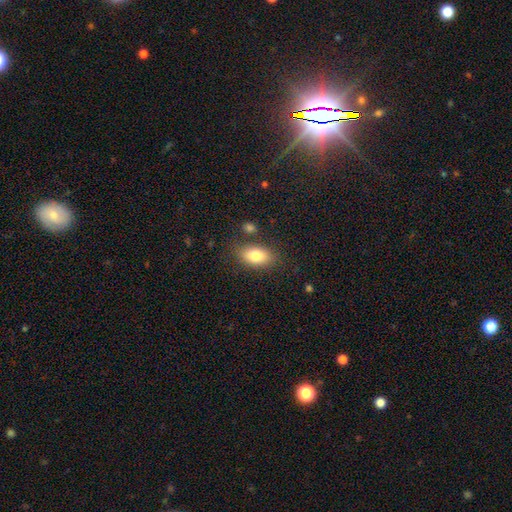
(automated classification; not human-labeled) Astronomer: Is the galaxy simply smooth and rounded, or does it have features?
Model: smooth — 82%.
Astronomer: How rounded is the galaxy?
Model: in between — 90%.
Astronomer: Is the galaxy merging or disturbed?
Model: none — 80%.